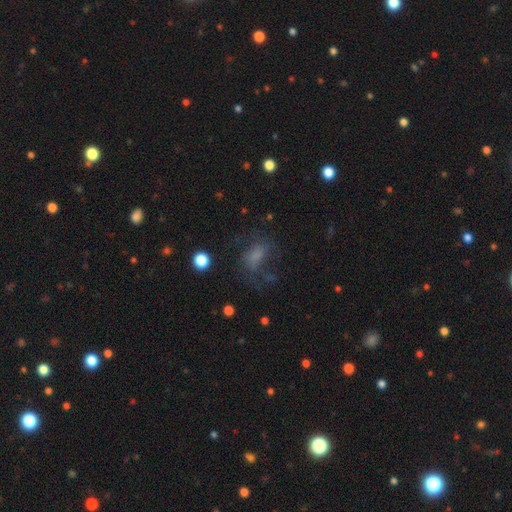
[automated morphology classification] smooth-or-featured: smooth: 55% | featured or disk: 26% | star or artifact: 19%
  how-rounded: in between: 75% | round: 21% | cigar-shaped: 4%
  merging: none: 45% | major disturbance: 30% | minor disturbance: 21% | merger: 3%